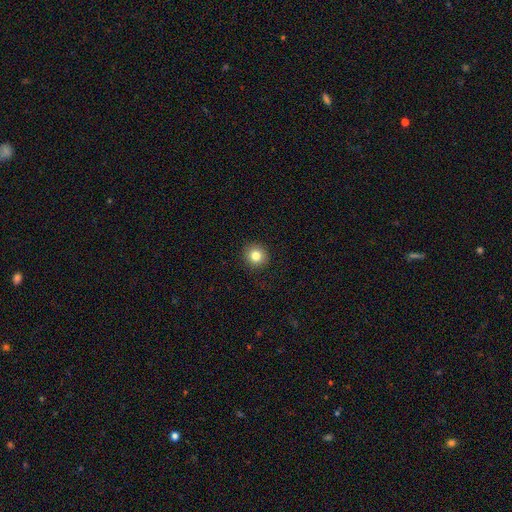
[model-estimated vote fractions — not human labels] A smooth galaxy with no disk features (82%) that is round (93%).

Vote fractions:
- Smooth or featured? smooth: 82% / star or artifact: 11% / featured or disk: 7%
- How rounded? round: 93% / in between: 6% / cigar-shaped: 1%
- Merging? none: 92% / minor disturbance: 5% / major disturbance: 2% / merger: 1%